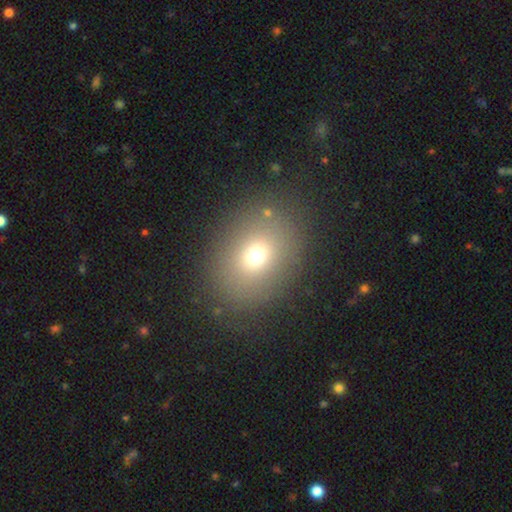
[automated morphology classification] A smooth galaxy with no disk features (71%) that is in between round and cigar-shaped (56%). Merging: none (83%).